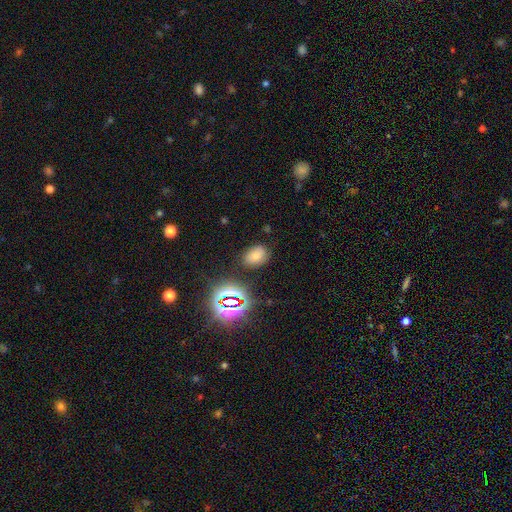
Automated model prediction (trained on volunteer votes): A smooth galaxy with no disk features (67%) that is in between round and cigar-shaped (79%). Merging: none (77%).